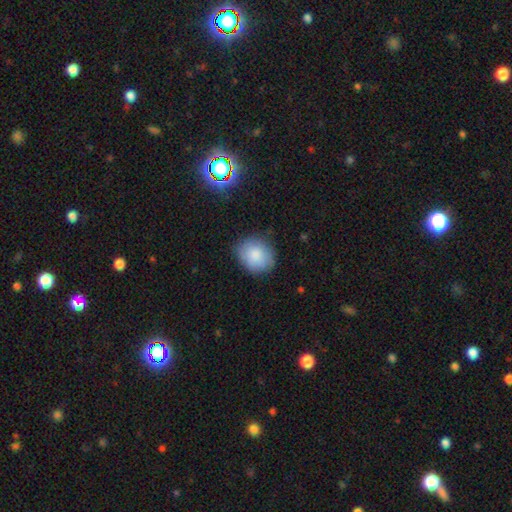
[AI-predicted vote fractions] This is clearly a smooth galaxy (83%). How rounded: likely round (71%). Merging: likely none (77%).